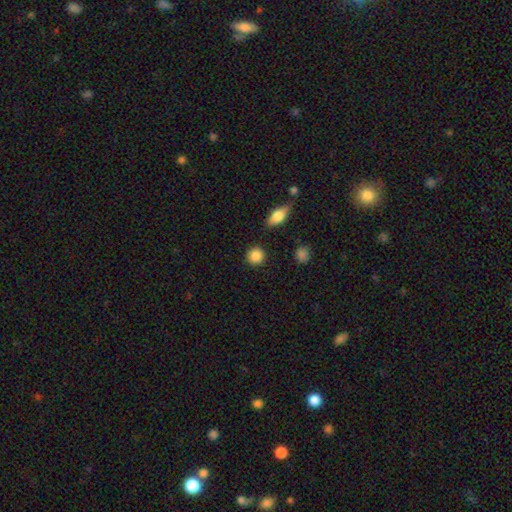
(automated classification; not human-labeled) Morphology: type=smooth (87%); roundness=round (91%); merging=none (88%).